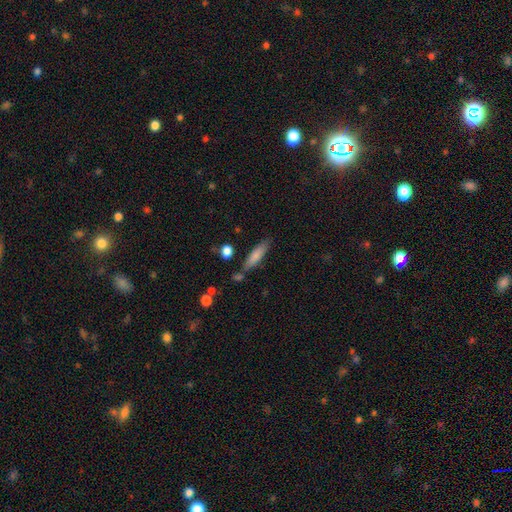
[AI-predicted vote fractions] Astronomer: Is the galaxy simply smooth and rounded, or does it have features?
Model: smooth — 78%.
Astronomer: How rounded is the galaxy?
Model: cigar-shaped — 71%.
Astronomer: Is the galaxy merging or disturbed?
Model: none — 75%.